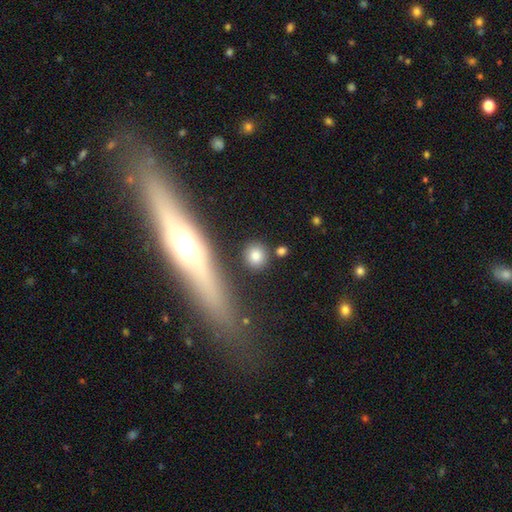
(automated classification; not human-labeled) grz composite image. It shows a smooth galaxy with no disk features (82%) that is round (88%). Merging: none (86%).